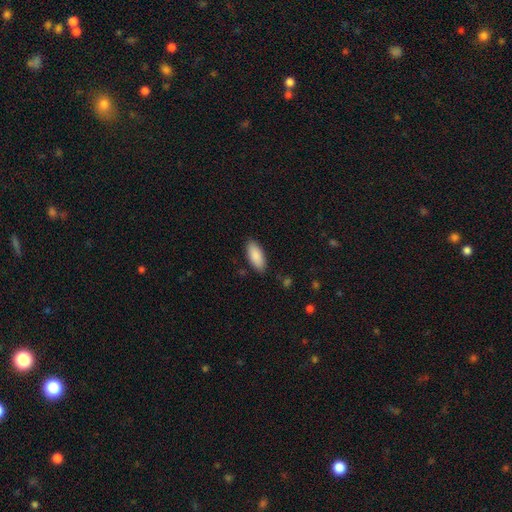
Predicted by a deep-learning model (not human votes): Smooth or featured? Predicted: smooth (p=0.89). How rounded? Predicted: in between (p=0.85). Merging? Predicted: none (p=0.86).